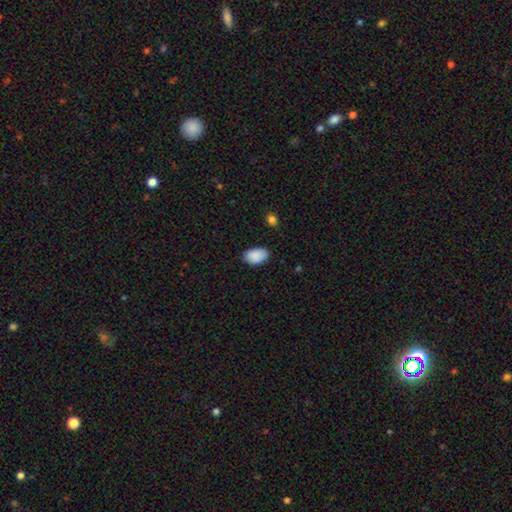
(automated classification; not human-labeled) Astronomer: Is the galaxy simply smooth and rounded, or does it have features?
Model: smooth — 89%.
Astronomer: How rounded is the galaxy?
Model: in between — 92%.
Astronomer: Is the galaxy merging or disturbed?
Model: none — 82%.